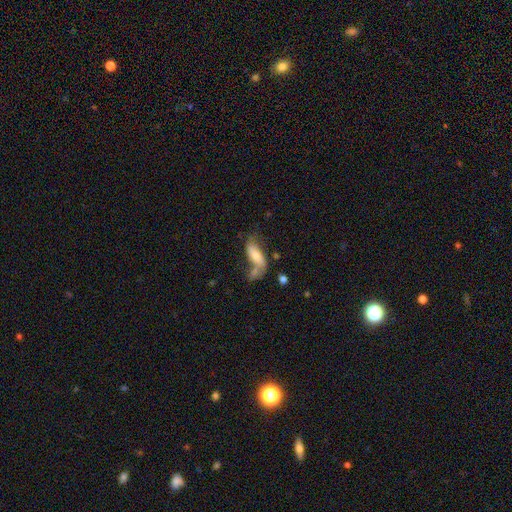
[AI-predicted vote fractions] Morphology: type=smooth (55%); roundness=in between (71%); merging=none (31%).